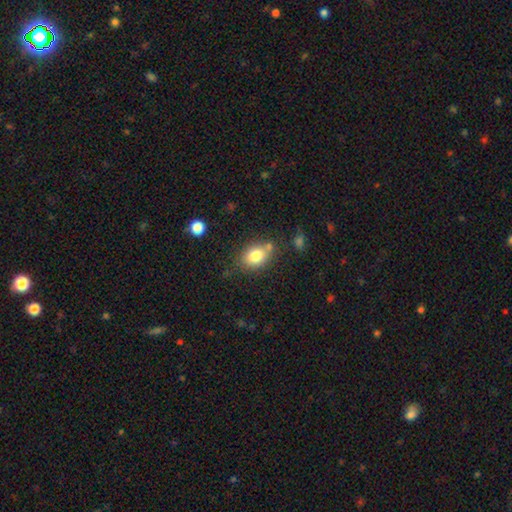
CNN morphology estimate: Smooth or featured: smooth — 80% (featured or disk — 10%)
How rounded: in between — 64% (round — 34%)
Merging: none — 65% (minor disturbance — 17%)